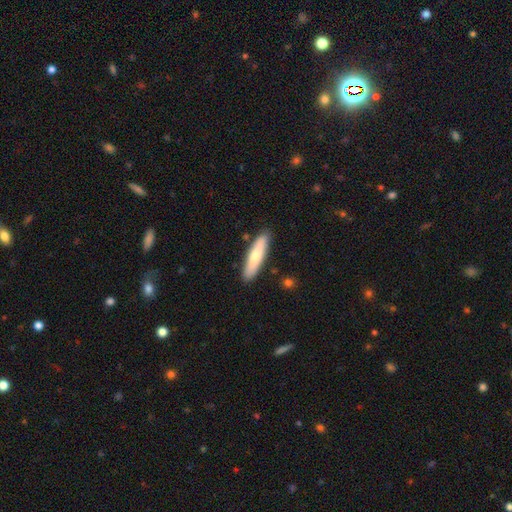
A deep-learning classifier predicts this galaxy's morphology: type=smooth (69%); roundness=cigar-shaped (75%); merging=none (87%).